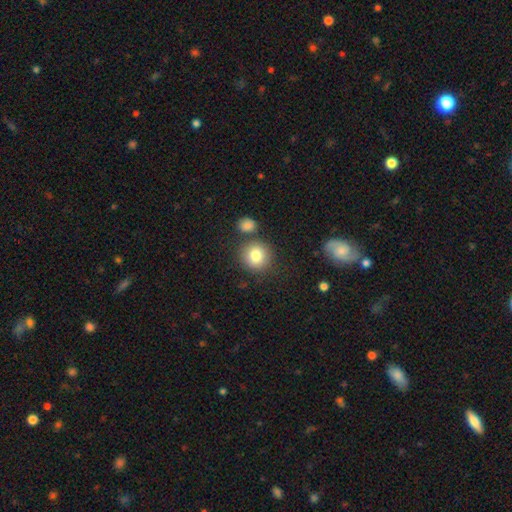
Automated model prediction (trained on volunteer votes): This is clearly a smooth galaxy (82%). How rounded: clearly round (91%). Merging: likely none (78%).